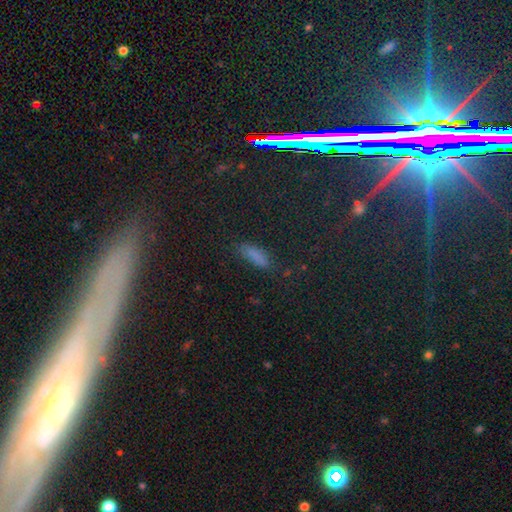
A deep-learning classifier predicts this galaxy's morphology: This is likely a smooth galaxy (75%). How rounded: possibly cigar-shaped (49%). Merging: likely none (71%).